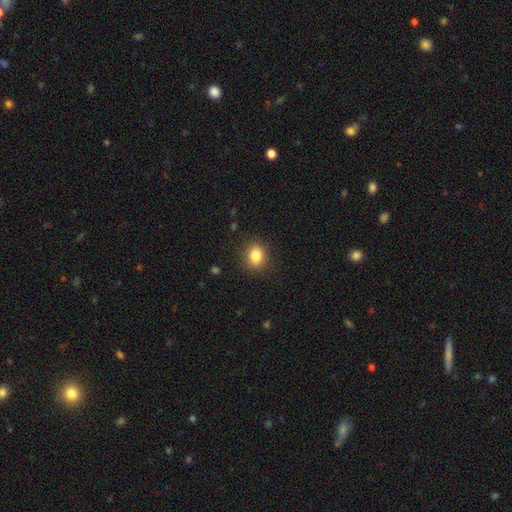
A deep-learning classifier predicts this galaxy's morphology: type=smooth (84%); roundness=round (51%); merging=none (88%).